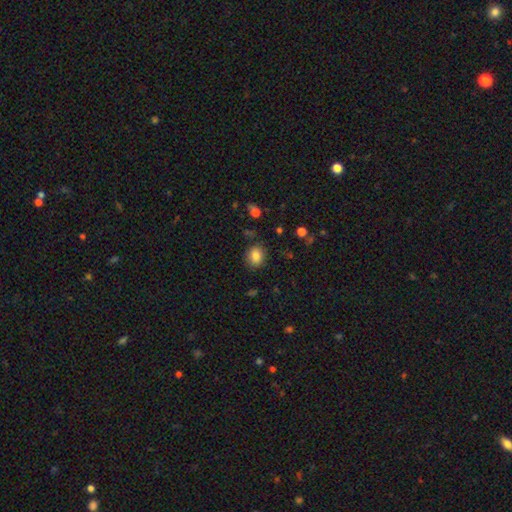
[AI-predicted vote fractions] Smooth or featured? Predicted: smooth (p=0.84). How rounded? Predicted: round (p=0.61). Merging? Predicted: none (p=0.84).